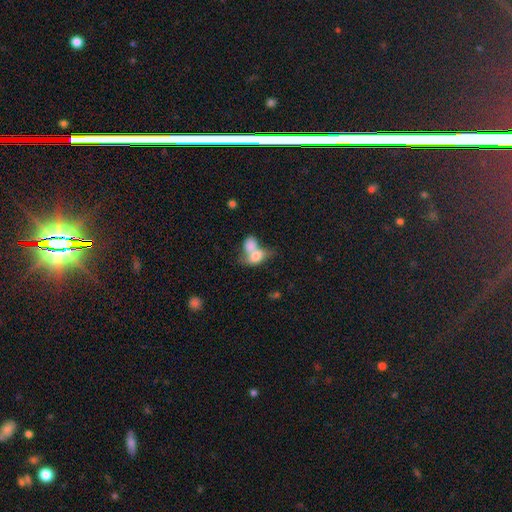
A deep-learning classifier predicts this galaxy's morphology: Smooth or featured?
  - smooth: 73% *
  - featured or disk: 19%
  - star or artifact: 9%
How rounded?
  - in between: 76% *
  - round: 21%
  - cigar-shaped: 3%
Merging?
  - merger: 74% *
  - none: 14%
  - minor disturbance: 7%
  - major disturbance: 6%